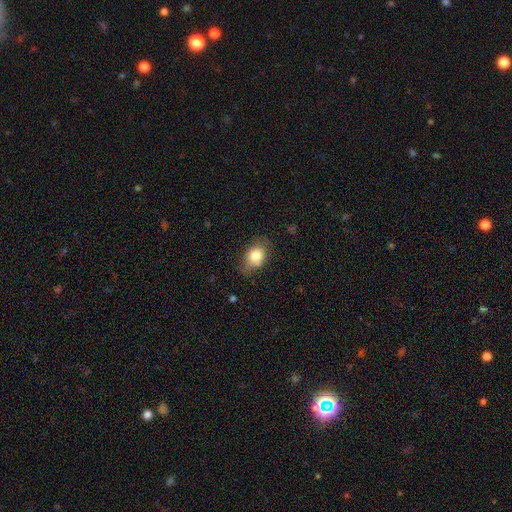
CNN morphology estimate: type=smooth (79%); roundness=in between (71%); merging=none (66%).